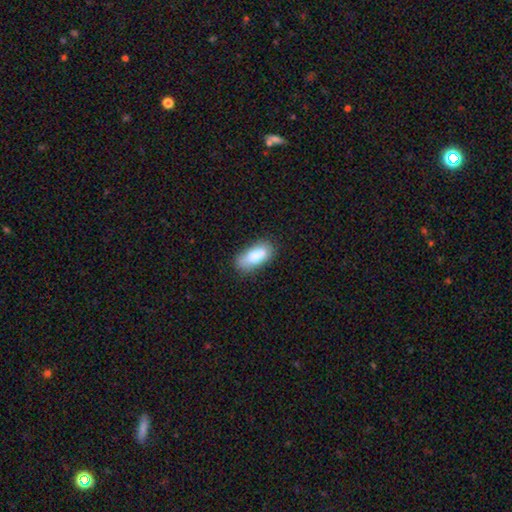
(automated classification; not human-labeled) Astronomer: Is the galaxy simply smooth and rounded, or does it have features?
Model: smooth — 82%.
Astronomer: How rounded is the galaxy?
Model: in between — 86%.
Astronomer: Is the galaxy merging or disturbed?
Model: none — 74%.